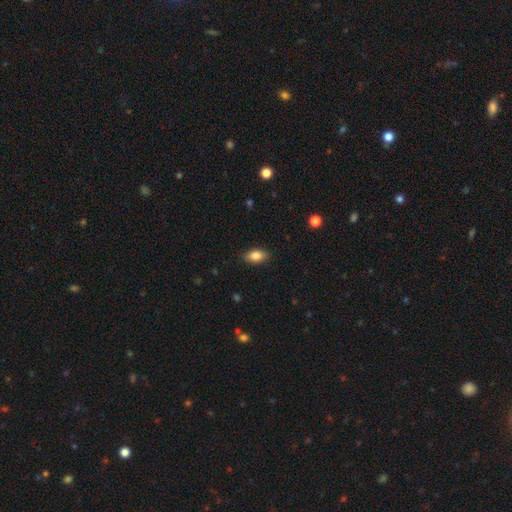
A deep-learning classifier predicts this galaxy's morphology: The model was most divided on "smooth or featured": smooth: 85%, star or artifact: 8%, featured or disk: 7%. More confident: how rounded — in between (90%); merging — none (87%).